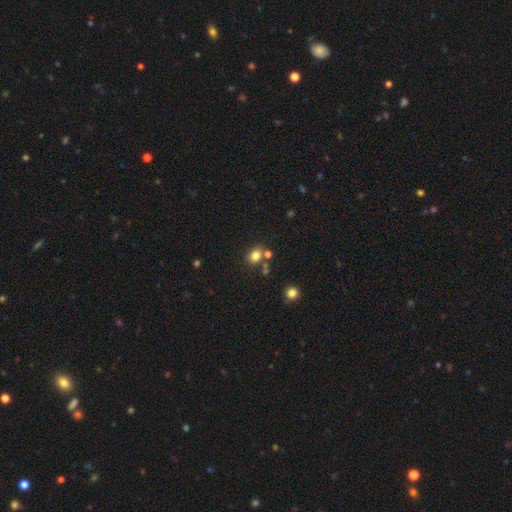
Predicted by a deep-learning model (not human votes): The model was most divided on "how rounded": round: 57%, in between: 42%, cigar-shaped: 1%. More confident: smooth or featured — smooth (78%); merging — none (66%).